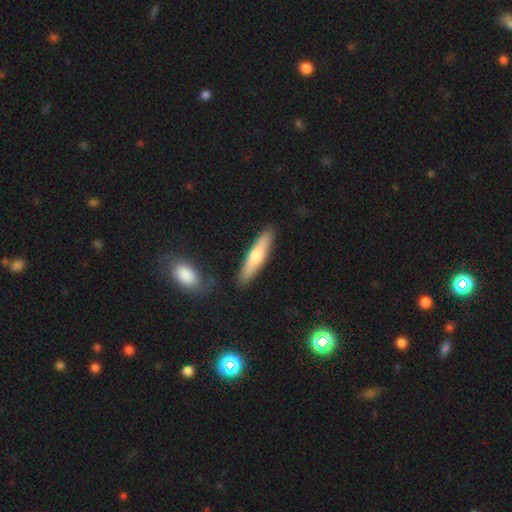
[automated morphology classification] Q: Smooth or featured?
A: smooth (58%); runner-up: featured or disk (35%)
Q: How rounded?
A: cigar-shaped (83%); runner-up: in between (15%)
Q: Merging?
A: none (86%); runner-up: minor disturbance (9%)